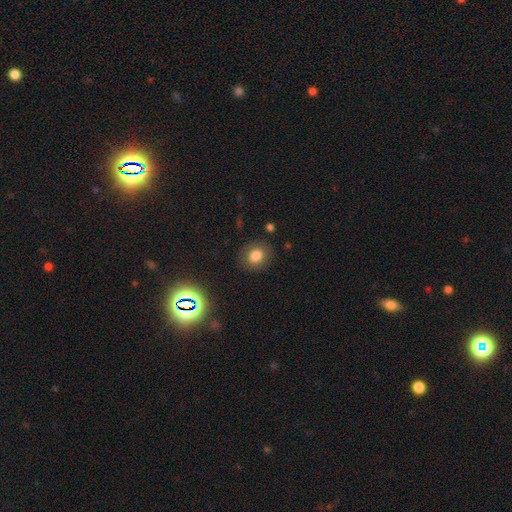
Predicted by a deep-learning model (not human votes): Q: Smooth or featured?
A: smooth (77%); runner-up: star or artifact (12%)
Q: How rounded?
A: round (71%); runner-up: in between (28%)
Q: Merging?
A: none (85%); runner-up: minor disturbance (10%)